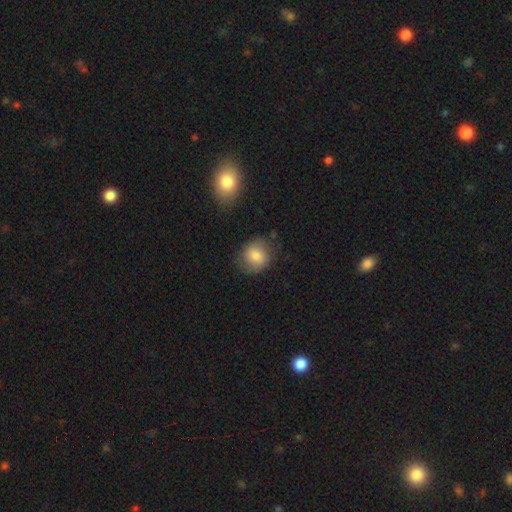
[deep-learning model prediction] smooth 79%, featured or disk 13%, star or artifact 8%. Down the decision tree: how rounded — round (74%); merging — none (71%).